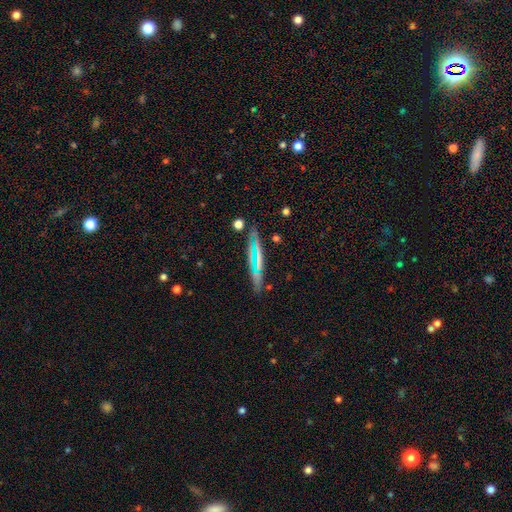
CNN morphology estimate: This is possibly a featured or disk galaxy (48%). Merging: likely none (76%).